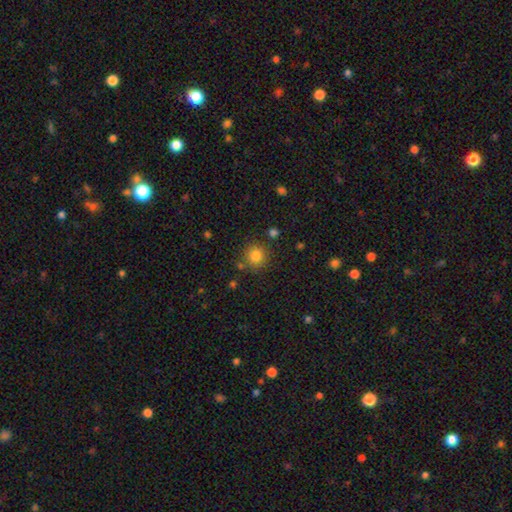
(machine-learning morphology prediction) smooth_or_featured: smooth (p=0.81) [alt: star or artifact p=0.12]
how_rounded: round (p=0.92) [alt: in between p=0.07]
merging: none (p=0.82) [alt: minor disturbance p=0.09]